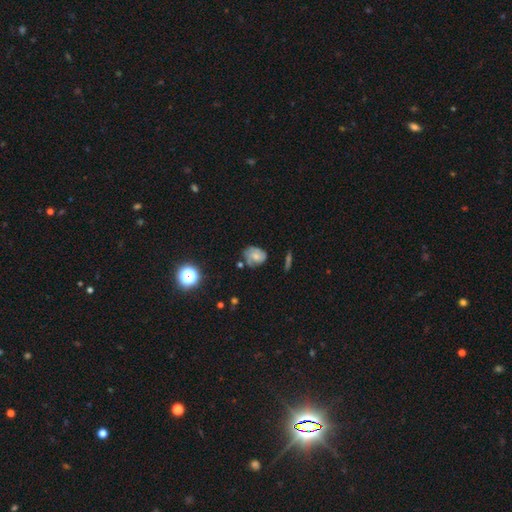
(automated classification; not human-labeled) Morphology: type=featured or disk (55%); edge-on=no (97%); bar=no (71%); spiral arms=yes (84%); bulge=small (47%); merging=none (56%).